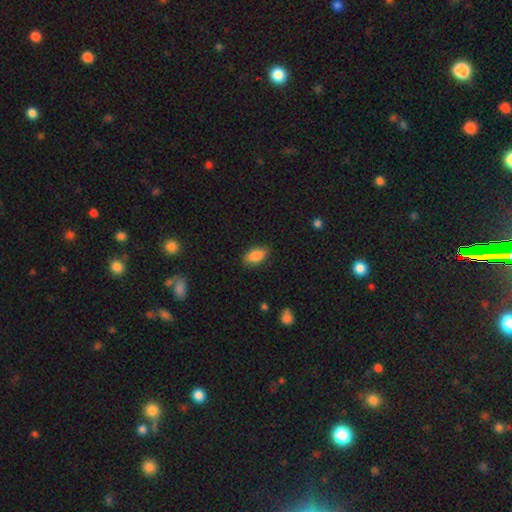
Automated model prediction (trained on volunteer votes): Smooth or featured?
  - smooth: 86% *
  - star or artifact: 8%
  - featured or disk: 7%
How rounded?
  - in between: 91% *
  - cigar-shaped: 5%
  - round: 5%
Merging?
  - none: 82% *
  - minor disturbance: 14%
  - major disturbance: 3%
  - merger: 1%